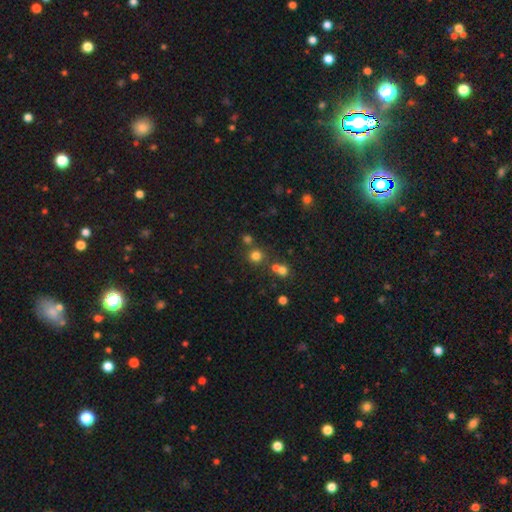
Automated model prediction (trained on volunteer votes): Smooth or featured? smooth (73%)
How rounded? round (92%)
Merging? none (71%)